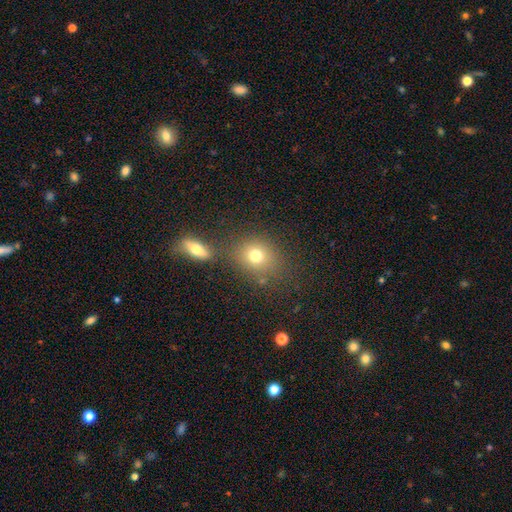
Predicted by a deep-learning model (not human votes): Smooth or featured?
  - smooth: 75% *
  - star or artifact: 14%
  - featured or disk: 11%
How rounded?
  - round: 65% *
  - in between: 34%
  - cigar-shaped: 2%
Merging?
  - none: 68% *
  - merger: 16%
  - minor disturbance: 11%
  - major disturbance: 5%